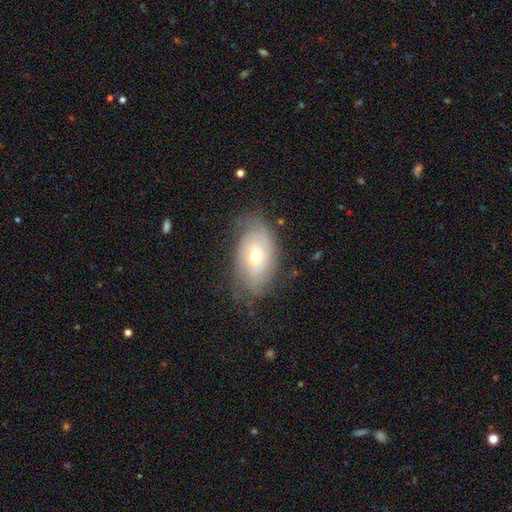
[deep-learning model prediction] Smooth or featured? featured or disk (60%)
Edge-on disk? no (91%)
Bar? no (81%)
Spiral arms? yes (71%)
Bulge size? moderate (65%)
Merging? none (68%)